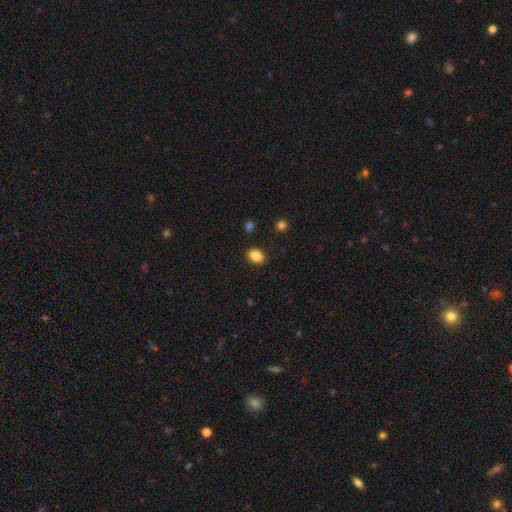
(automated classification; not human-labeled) Smooth or featured? Predicted: smooth (p=0.87). How rounded? Predicted: in between (p=0.71). Merging? Predicted: none (p=0.87).